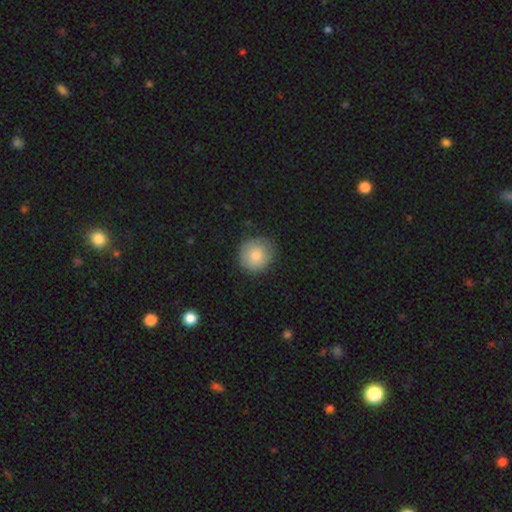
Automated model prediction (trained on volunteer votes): Overall: smooth (83%). How rounded: round (90%). Merging: none (81%).